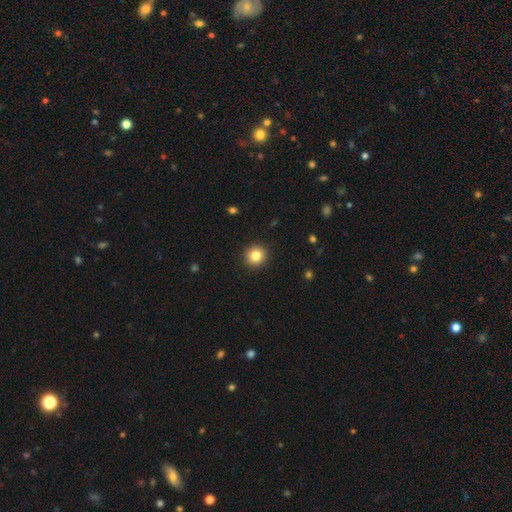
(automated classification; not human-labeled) Q: Smooth or featured?
A: smooth (84%); runner-up: star or artifact (10%)
Q: How rounded?
A: round (93%); runner-up: in between (6%)
Q: Merging?
A: none (93%); runner-up: minor disturbance (5%)